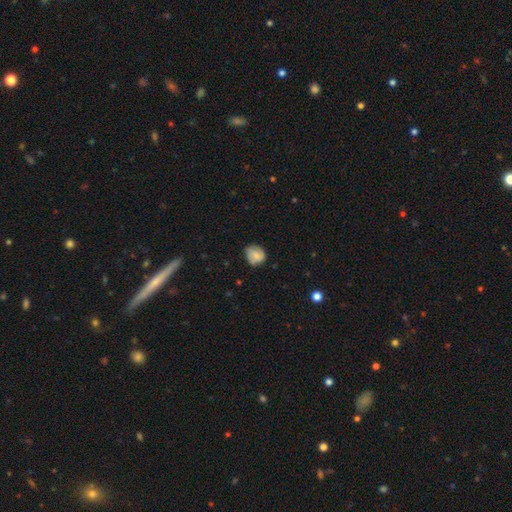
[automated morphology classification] Smooth or featured? Predicted: smooth (p=0.77). How rounded? Predicted: round (p=0.69). Merging? Predicted: none (p=0.65).